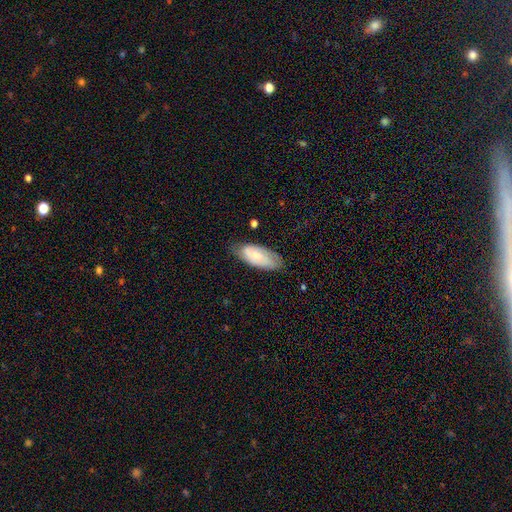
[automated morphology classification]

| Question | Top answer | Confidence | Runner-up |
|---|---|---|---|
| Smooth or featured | smooth | 57% | featured or disk (36%) |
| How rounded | in between | 87% | cigar-shaped (11%) |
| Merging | none | 69% | minor disturbance (24%) |